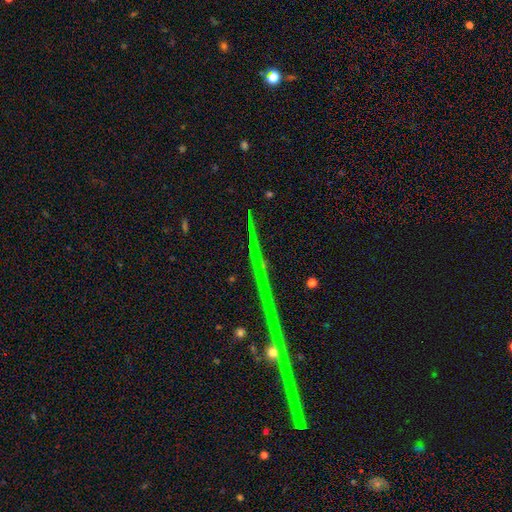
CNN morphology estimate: The model was most divided on "smooth or featured": star or artifact: 67%, featured or disk: 23%, smooth: 10%.